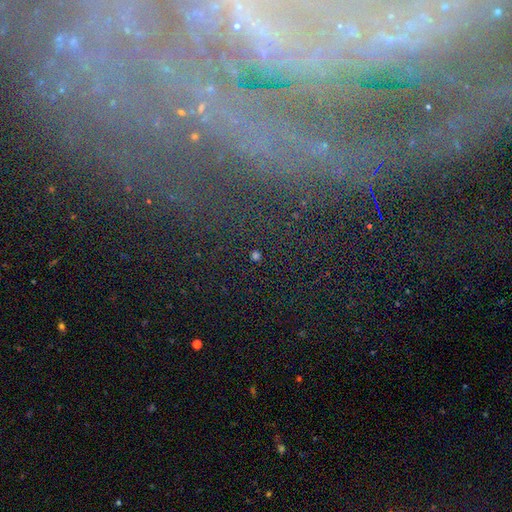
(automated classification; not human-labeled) Smooth or featured? star or artifact (64%)